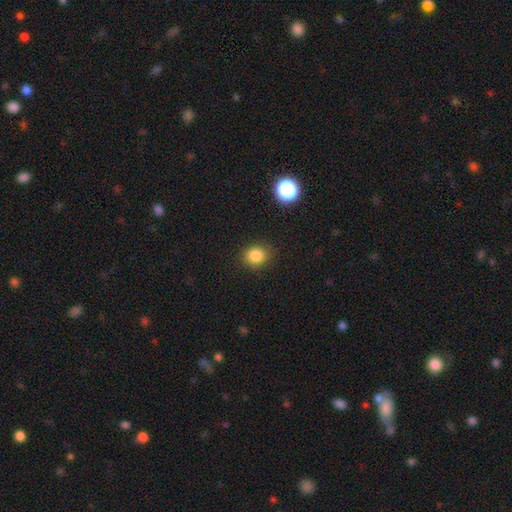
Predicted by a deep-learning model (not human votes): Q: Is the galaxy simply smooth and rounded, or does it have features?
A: smooth — 83%.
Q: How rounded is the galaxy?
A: round — 75%.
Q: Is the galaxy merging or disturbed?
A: none — 87%.